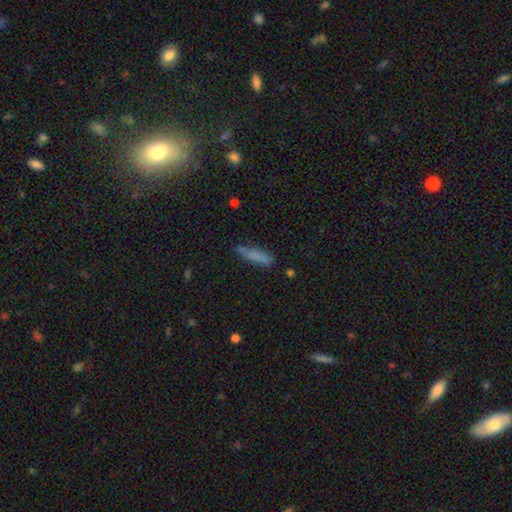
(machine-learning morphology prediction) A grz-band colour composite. It shows a smooth galaxy with no disk features (76%) that is cigar-shaped (84%). Merging: none (77%).